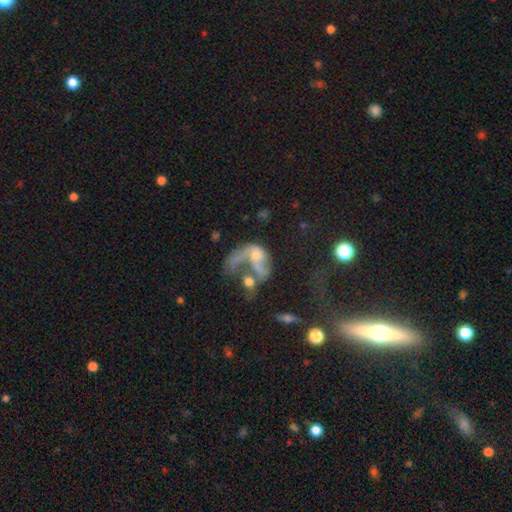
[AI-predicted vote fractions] Smooth or featured: featured or disk — 58% (smooth — 28%)
Edge-on disk: no — 96% (yes — 4%)
Bar: no — 76% (weak — 19%)
Spiral arms: no — 50% (tied with yes — 50%)
Bulge size: moderate — 37% (small — 33%)
Merging: merger — 49% (major disturbance — 32%)